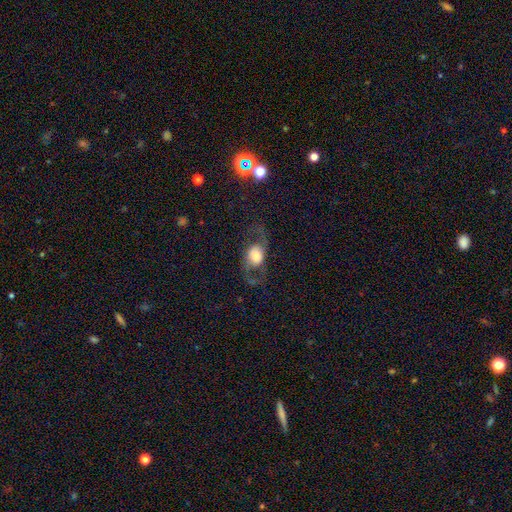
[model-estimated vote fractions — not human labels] Smooth or featured? featured or disk (57%)
Edge-on disk? no (89%)
Bar? no (69%)
Spiral arms? yes (75%)
Bulge size? large (46%)
Merging? none (63%)